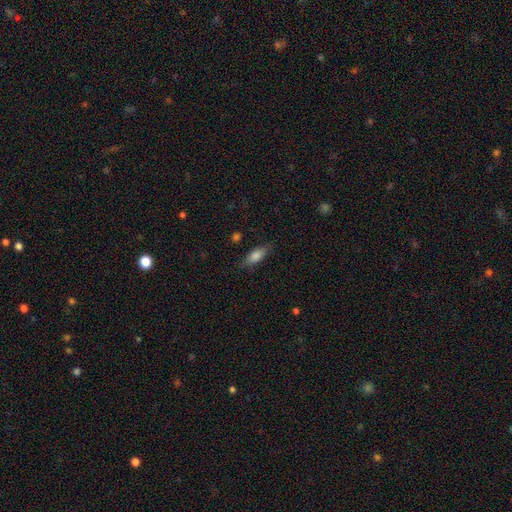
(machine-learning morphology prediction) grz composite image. It shows a smooth galaxy with no disk features (78%) that is in between round and cigar-shaped (67%). Merging: none (79%).